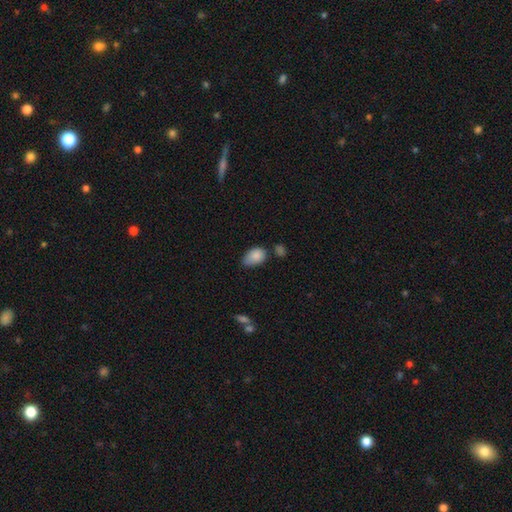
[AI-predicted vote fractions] A smooth galaxy with no disk features (85%) that is in between round and cigar-shaped (87%). Merging: none (42%).